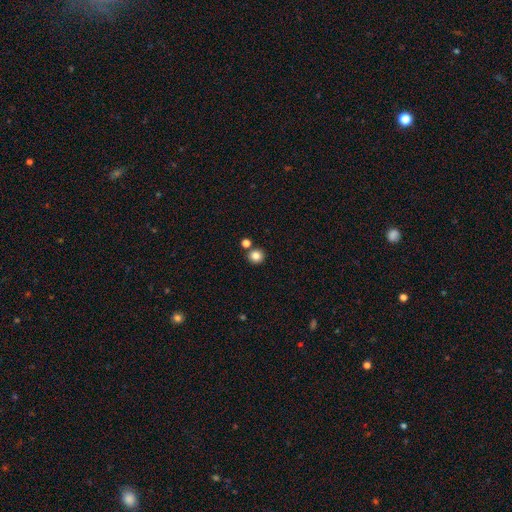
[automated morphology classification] This appears to be a smooth galaxy with no disk features (83%) that is round (91%). Merging: none (78%).